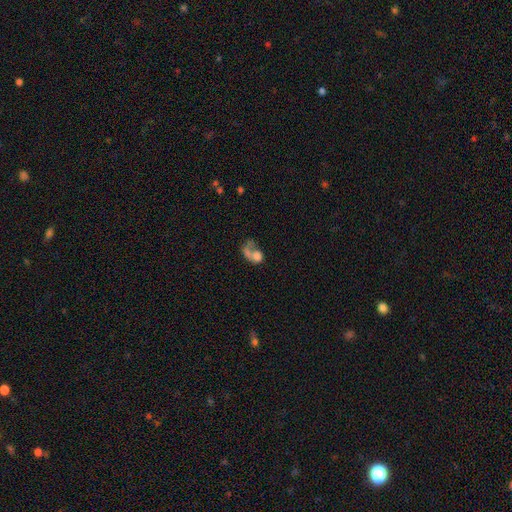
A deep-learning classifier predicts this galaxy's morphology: smooth_or_featured: smooth (p=0.52) [alt: featured or disk p=0.36]
how_rounded: in between (p=0.59) [alt: round p=0.39]
merging: merger (p=0.40) [alt: major disturbance p=0.31]